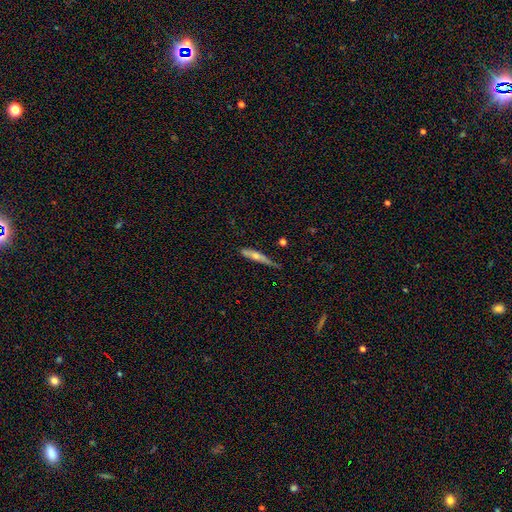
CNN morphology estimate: Smooth or featured: featured or disk — 50% (smooth — 42%)
Edge-on disk: yes — 85% (no — 15%)
Merging: none — 58% (minor disturbance — 30%)